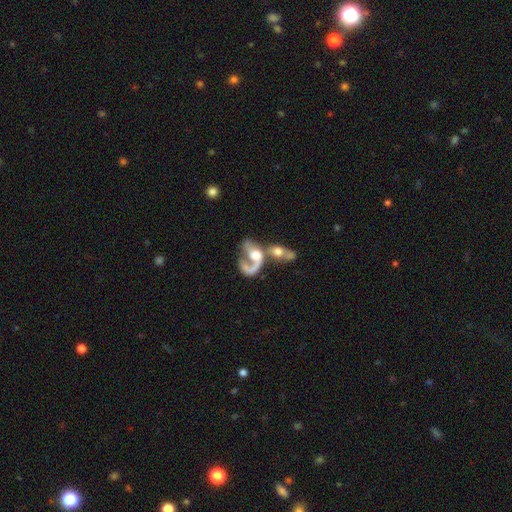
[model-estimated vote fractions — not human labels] Overall: featured or disk (68%). Edge-on disk: no (96%). Bar: no (70%). Spiral arms: yes (72%). Bulge size: moderate (48%; large 28%). Merging: merger (72%).